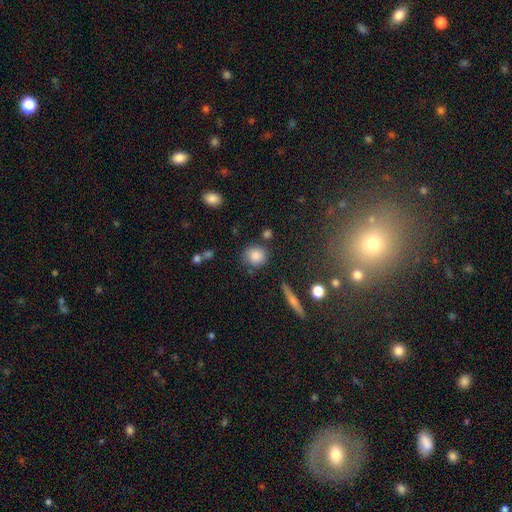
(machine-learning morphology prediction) type=smooth (83%); roundness=round (84%); merging=none (77%).